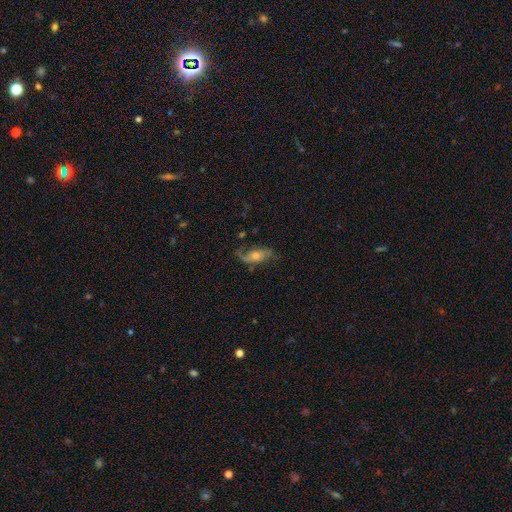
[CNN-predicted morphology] Smooth or featured: featured or disk — 70% (smooth — 20%)
Edge-on disk: no — 88% (yes — 12%)
Bar: no — 66% (weak — 25%)
Spiral arms: yes — 89% (no — 11%)
Spiral winding: loose — 57% (medium — 31%)
Spiral arm count: 2 — 81% (1 — 8%)
Bulge size: moderate — 55% (small — 36%)
Merging: none — 65% (minor disturbance — 20%)